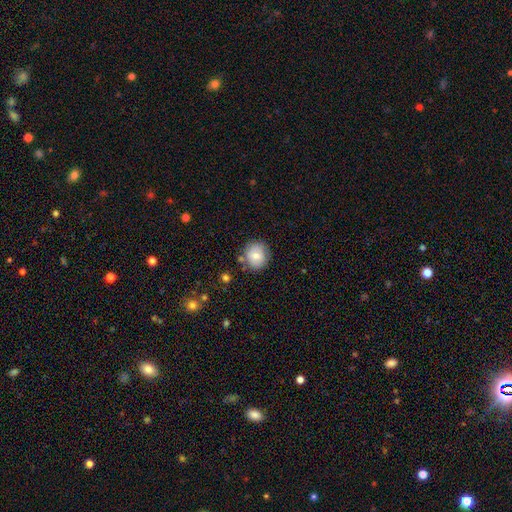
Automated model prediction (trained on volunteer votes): Overall: smooth (72%). How rounded: round (83%). Merging: none (77%).